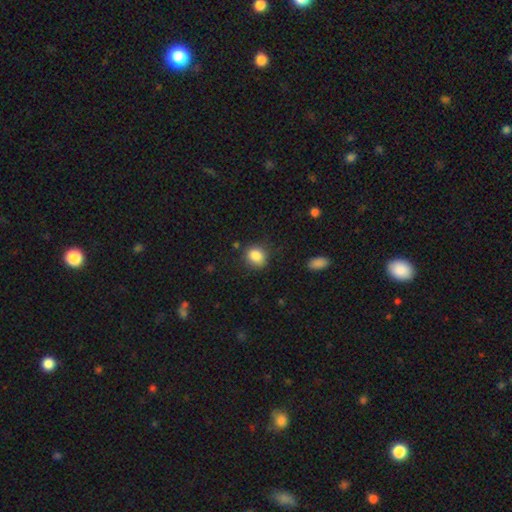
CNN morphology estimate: smooth-or-featured: smooth: 86% | star or artifact: 9% | featured or disk: 4%
  how-rounded: round: 62% | in between: 37% | cigar-shaped: 1%
  merging: none: 80% | minor disturbance: 14% | major disturbance: 4% | merger: 2%